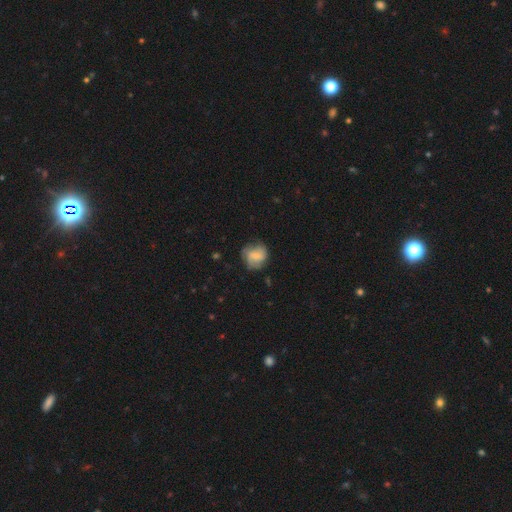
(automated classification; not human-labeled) The model was most divided on "smooth or featured": smooth: 60%, featured or disk: 31%, star or artifact: 9%. More confident: how rounded — round (77%); merging — none (63%).